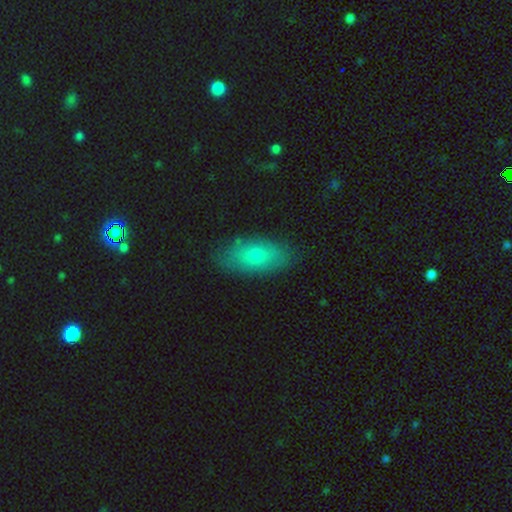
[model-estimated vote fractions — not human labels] Smooth or featured?
  - smooth: 71% *
  - featured or disk: 21%
  - star or artifact: 8%
How rounded?
  - in between: 88% *
  - cigar-shaped: 6%
  - round: 6%
Merging?
  - none: 81% *
  - minor disturbance: 14%
  - major disturbance: 3%
  - merger: 1%